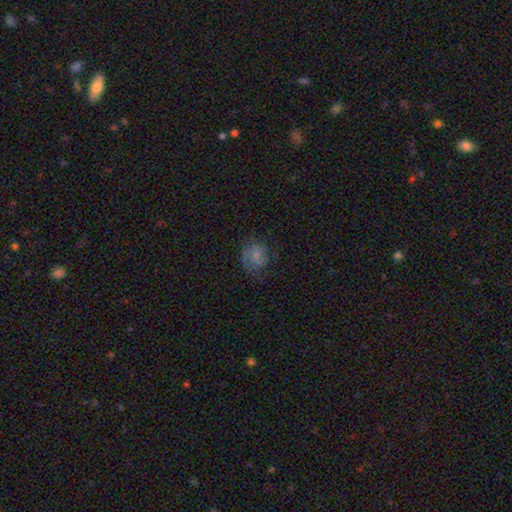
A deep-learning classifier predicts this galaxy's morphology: Smooth or featured? Predicted: smooth (p=0.45, tied with featured or disk). Merging? Predicted: none (p=0.62).